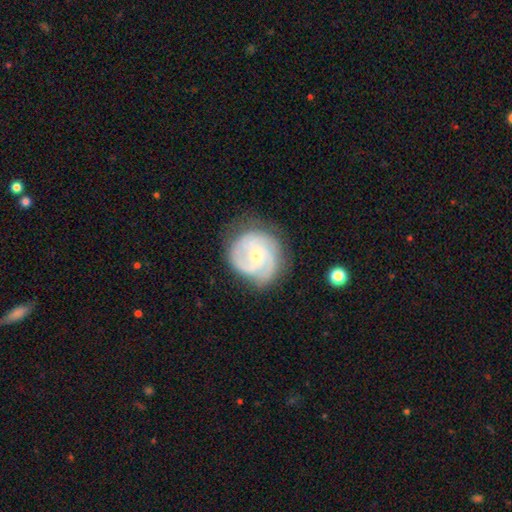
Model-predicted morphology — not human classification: This is clearly a featured or disk galaxy (83%). It is clearly not viewed edge-on (98%). Bar: likely no (70%). Spiral arm pattern: clearly yes (96%). Spiral arm count: marginally 3 (39%). Spiral winding: possibly tight (58%). Central bulge: likely small (60%). Merging: likely none (70%).